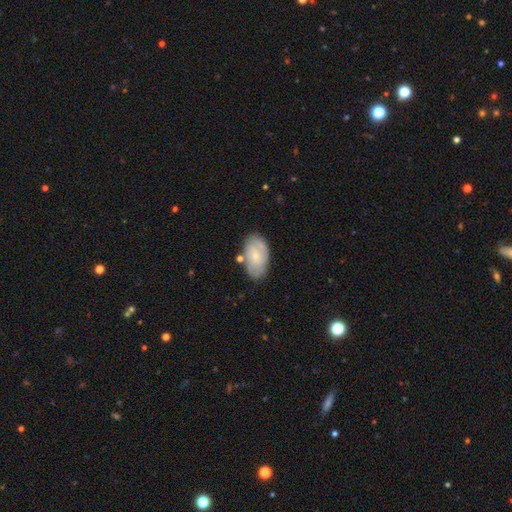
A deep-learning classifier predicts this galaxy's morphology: This is possibly a smooth galaxy (53%). How rounded: clearly in between (92%). Merging: likely none (72%).